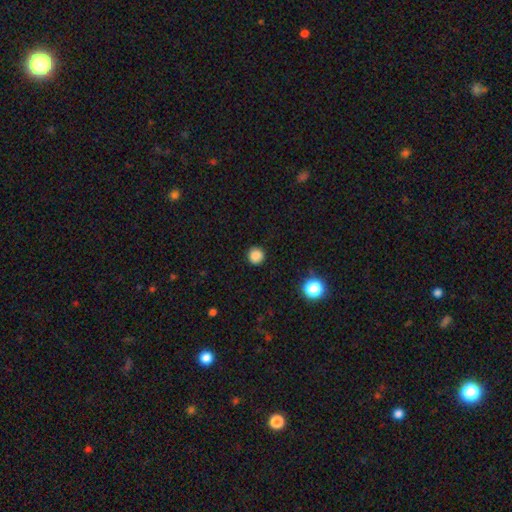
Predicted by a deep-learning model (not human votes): A smooth galaxy with no disk features (85%) that is round (94%).

Vote fractions:
- Smooth or featured? smooth: 85% / star or artifact: 12% / featured or disk: 3%
- How rounded? round: 94% / in between: 5% / cigar-shaped: 1%
- Merging? none: 91% / minor disturbance: 6% / major disturbance: 2% / merger: 1%